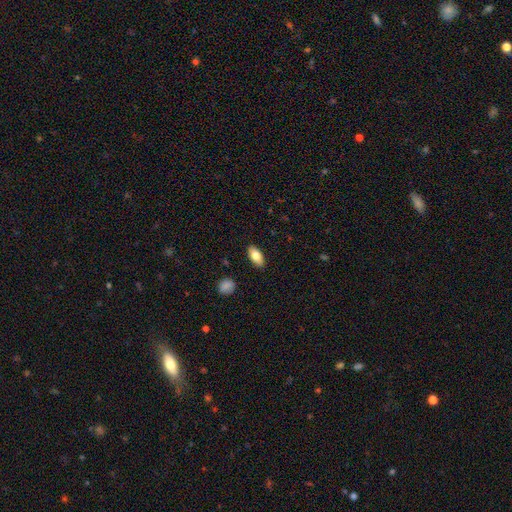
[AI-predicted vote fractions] This appears to be a smooth galaxy with no disk features (80%) that is in between round and cigar-shaped (91%). Merging: none (89%).